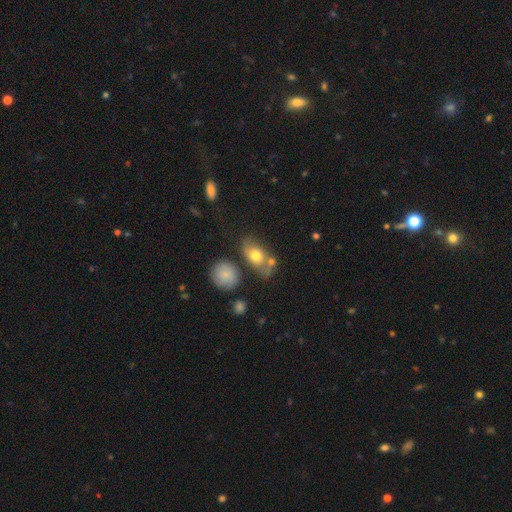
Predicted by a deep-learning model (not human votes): smooth_or_featured: smooth (p=0.69) [alt: featured or disk p=0.23]
how_rounded: in between (p=0.80) [alt: round p=0.16]
merging: none (p=0.54) [alt: merger p=0.20]